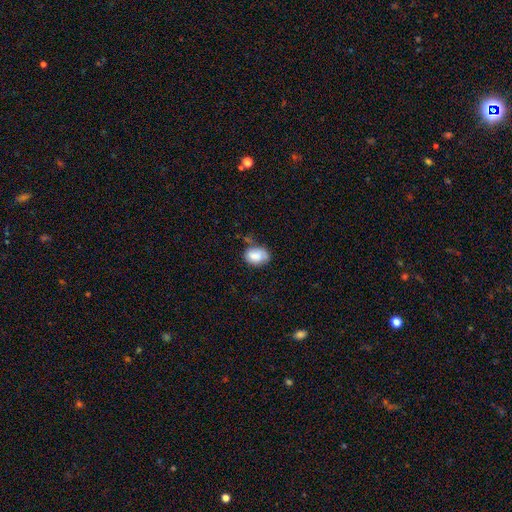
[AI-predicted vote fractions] Q: Smooth or featured?
A: smooth (80%); runner-up: featured or disk (12%)
Q: How rounded?
A: in between (77%); runner-up: round (22%)
Q: Merging?
A: none (52%); runner-up: minor disturbance (32%)